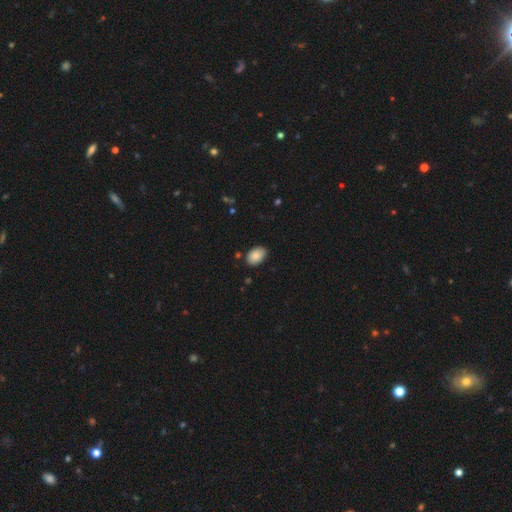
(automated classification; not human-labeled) A smooth galaxy with no disk features (85%) that is in between round and cigar-shaped (87%).

Vote fractions:
- Smooth or featured? smooth: 85% / featured or disk: 8% / star or artifact: 7%
- How rounded? in between: 87% / round: 12% / cigar-shaped: 1%
- Merging? none: 83% / minor disturbance: 13% / major disturbance: 2% / merger: 2%